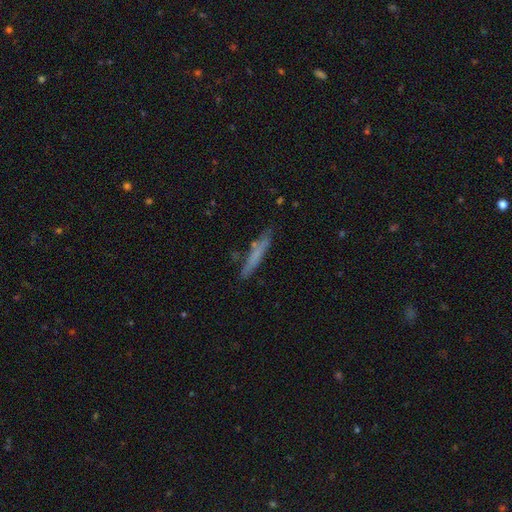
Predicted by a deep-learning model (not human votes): Smooth or featured: smooth — 60% (featured or disk — 32%)
How rounded: cigar-shaped — 94% (in between — 5%)
Merging: none — 79% (minor disturbance — 14%)